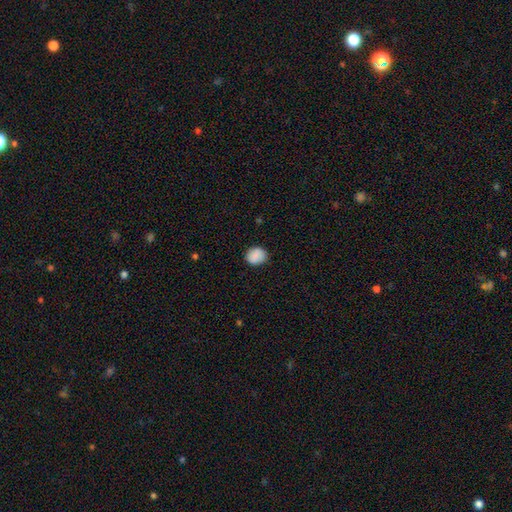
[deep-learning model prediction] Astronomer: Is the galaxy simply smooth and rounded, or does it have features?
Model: smooth — 88%.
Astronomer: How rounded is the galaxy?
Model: round — 67%.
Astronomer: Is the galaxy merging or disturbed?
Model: none — 83%.